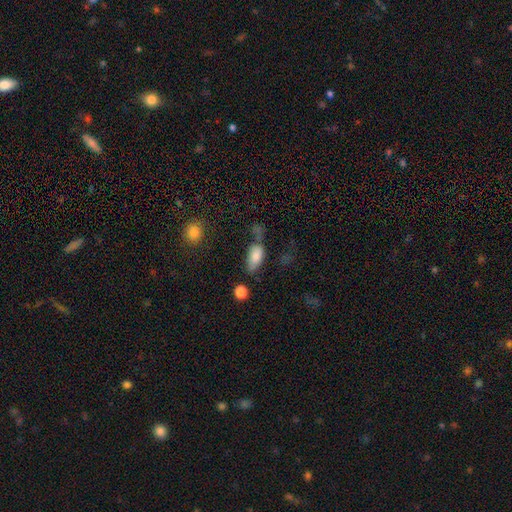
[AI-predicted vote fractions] Smooth or featured? Predicted: smooth (p=0.81). How rounded? Predicted: in between (p=0.88). Merging? Predicted: none (p=0.49).